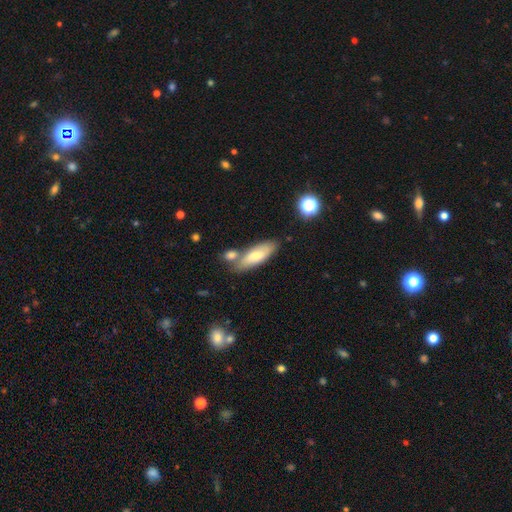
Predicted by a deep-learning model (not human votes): Smooth or featured? Predicted: smooth (p=0.66). How rounded? Predicted: in between (p=0.64). Merging? Predicted: none (p=0.60).